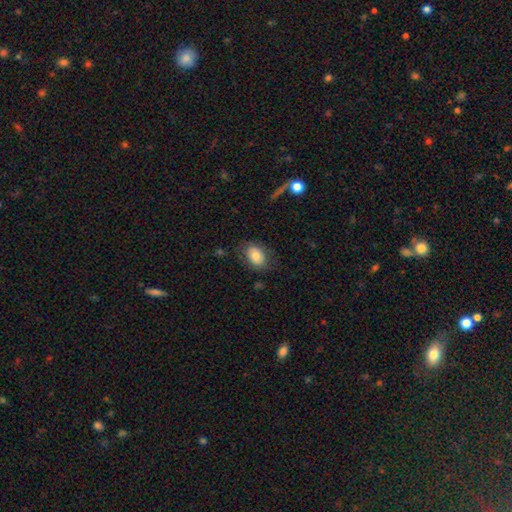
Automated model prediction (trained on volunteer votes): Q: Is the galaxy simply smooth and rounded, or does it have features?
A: smooth — 75%.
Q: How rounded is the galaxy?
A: in between — 79%.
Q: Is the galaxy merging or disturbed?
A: none — 73%.